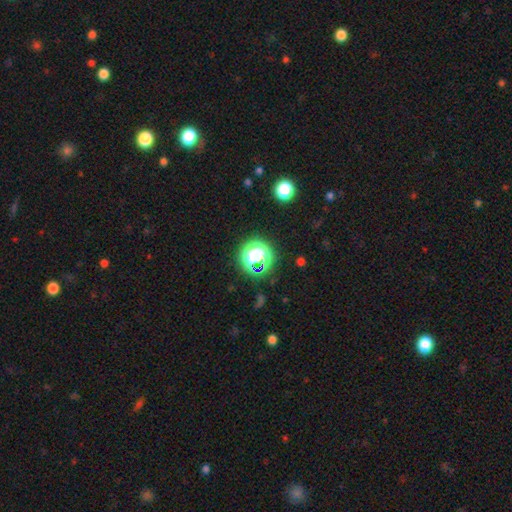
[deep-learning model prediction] This is possibly a star or artifact rather than a galaxy (51%).